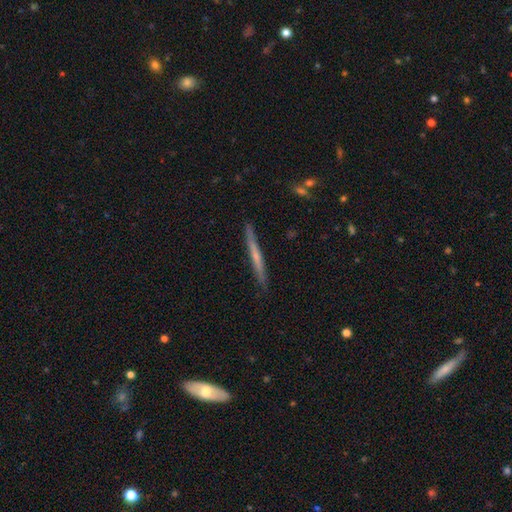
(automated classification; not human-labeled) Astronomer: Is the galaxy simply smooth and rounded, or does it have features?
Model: featured or disk — 51% (runner-up: smooth, 44%).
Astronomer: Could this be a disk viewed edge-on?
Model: yes — 96%.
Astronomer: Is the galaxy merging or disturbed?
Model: none — 89%.